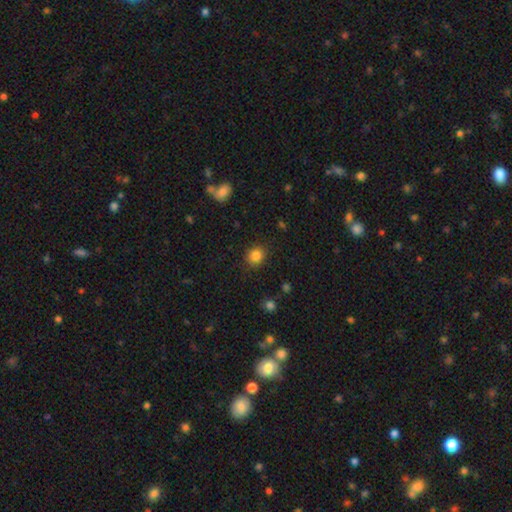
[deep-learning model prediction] smooth-or-featured: smooth: 84% | star or artifact: 11% | featured or disk: 5%
  how-rounded: round: 80% | in between: 19% | cigar-shaped: 1%
  merging: none: 87% | minor disturbance: 9% | major disturbance: 3% | merger: 1%